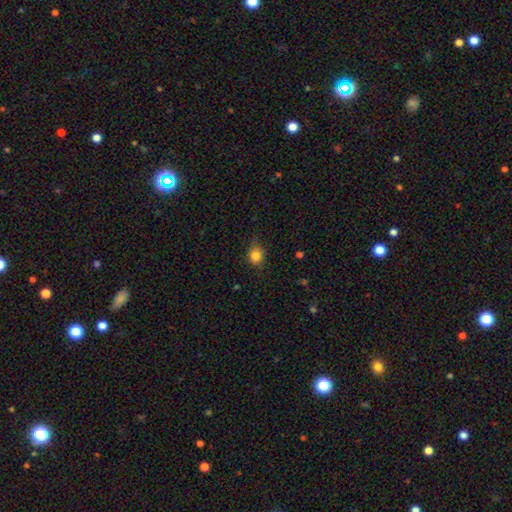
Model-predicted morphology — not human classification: Smooth or featured? smooth (82%)
How rounded? round (73%)
Merging? none (66%)